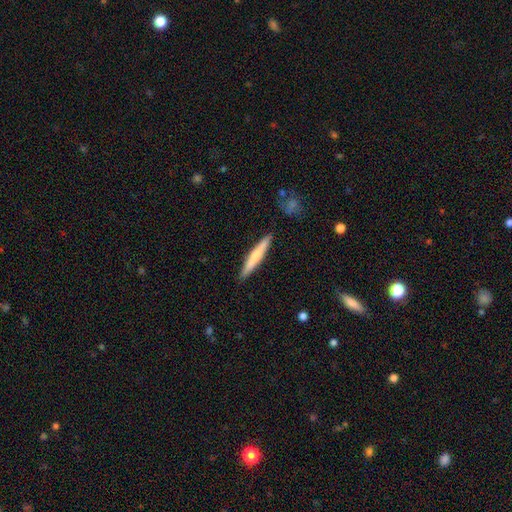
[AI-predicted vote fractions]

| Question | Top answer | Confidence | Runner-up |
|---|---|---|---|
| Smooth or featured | smooth | 59% | featured or disk (36%) |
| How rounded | cigar-shaped | 94% | in between (4%) |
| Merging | none | 90% | minor disturbance (7%) |